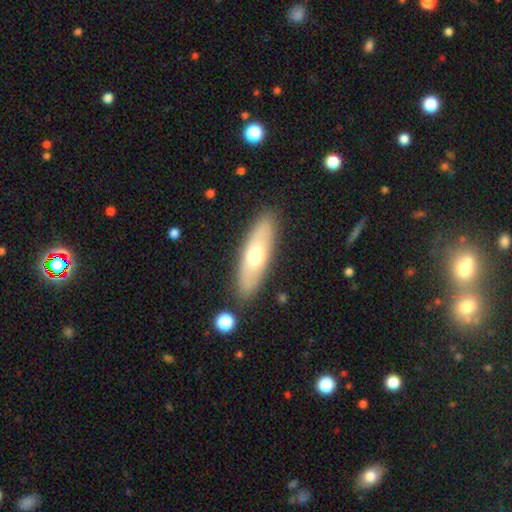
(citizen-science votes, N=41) Smooth or featured?
  - featured or disk: 49% *
  - smooth: 44%
  - star or artifact: 7%
Edge-on disk?
  - no: 55% *
  - yes: 45%
Bar?
  - no: 73% *
  - strong: 18%
  - weak: 9%
Spiral arms?
  - no: 82% *
  - yes: 18%
Bulge size?
  - moderate: 82% *
  - large: 9%
  - none: 9%
  - dominant: 0%
  - small: 0%
Merging?
  - none: 89% *
  - minor disturbance: 8%
  - merger: 3%
  - major disturbance: 0%